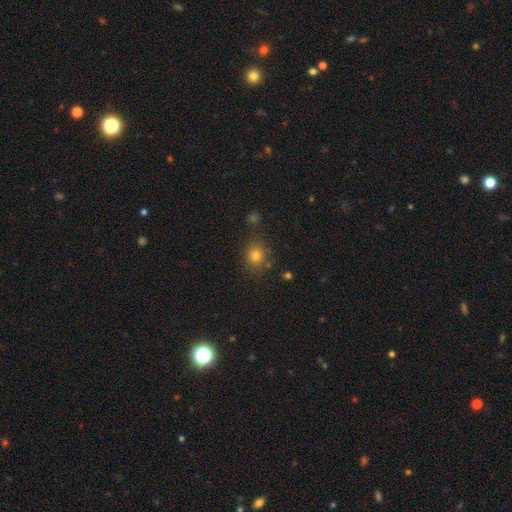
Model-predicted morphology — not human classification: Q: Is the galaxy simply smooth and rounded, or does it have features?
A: smooth — 75%.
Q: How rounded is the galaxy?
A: round — 79%.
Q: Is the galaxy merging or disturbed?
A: none — 80%.